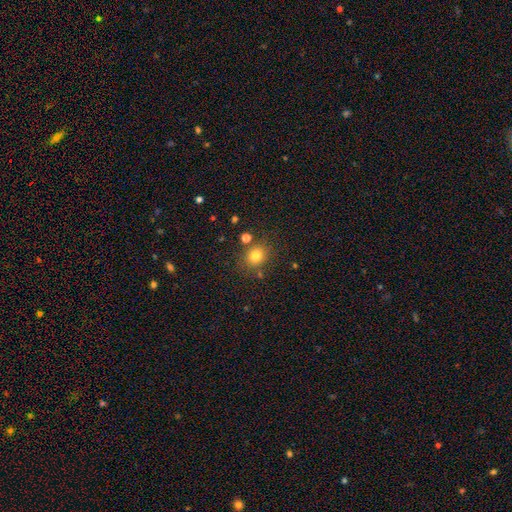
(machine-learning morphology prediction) Q: Smooth or featured?
A: smooth (79%); runner-up: star or artifact (14%)
Q: How rounded?
A: round (72%); runner-up: in between (27%)
Q: Merging?
A: none (77%); runner-up: minor disturbance (11%)